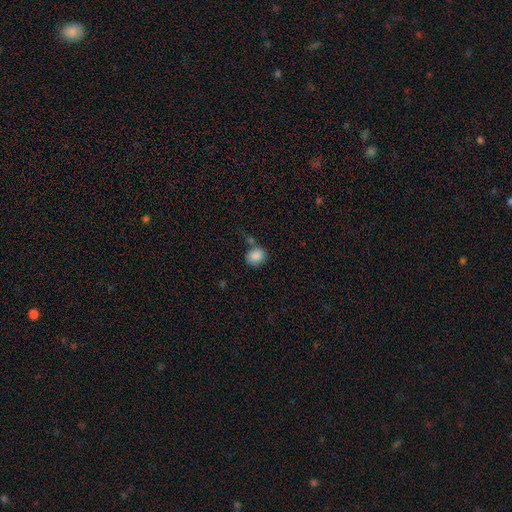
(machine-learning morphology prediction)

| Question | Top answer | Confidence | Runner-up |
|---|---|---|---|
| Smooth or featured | smooth | 87% | star or artifact (9%) |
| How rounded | round | 63% | in between (36%) |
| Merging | none | 66% | minor disturbance (16%) |